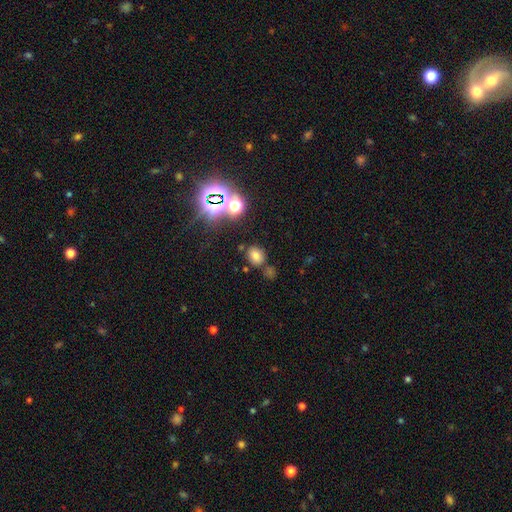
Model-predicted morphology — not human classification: Smooth or featured: smooth — 67% (star or artifact — 25%)
How rounded: in between — 60% (round — 39%)
Merging: none — 73% (minor disturbance — 12%)